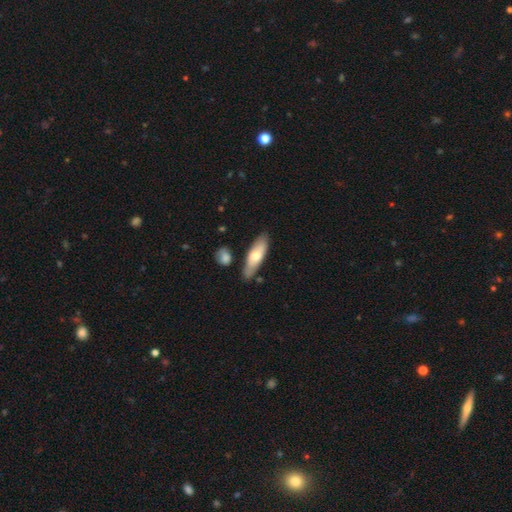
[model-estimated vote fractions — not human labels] smooth-or-featured: smooth: 64% | featured or disk: 31% | star or artifact: 5%
  how-rounded: in between: 52% | cigar-shaped: 46% | round: 2%
  merging: none: 79% | minor disturbance: 14% | merger: 5% | major disturbance: 3%